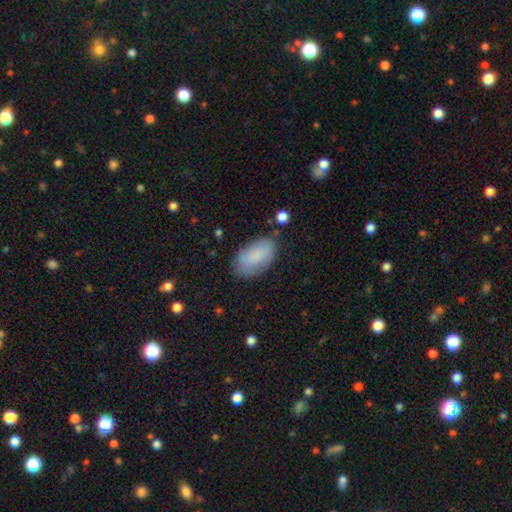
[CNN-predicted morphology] smooth-or-featured: smooth: 81% | featured or disk: 12% | star or artifact: 7%
  how-rounded: in between: 94% | round: 4% | cigar-shaped: 2%
  merging: none: 73% | minor disturbance: 19% | major disturbance: 5% | merger: 2%